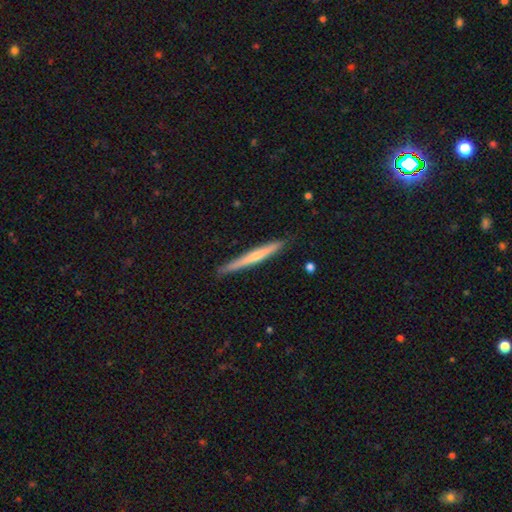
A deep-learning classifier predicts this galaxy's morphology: type=featured or disk (49%); merging=none (87%).